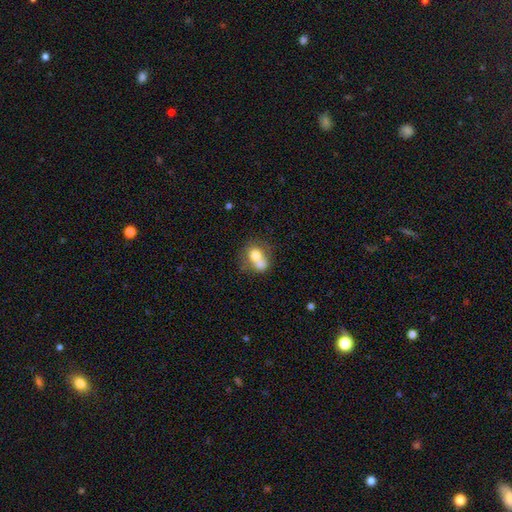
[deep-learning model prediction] This appears to be a smooth galaxy with no disk features (68%) that is round (52%). Merging: merger (63%).